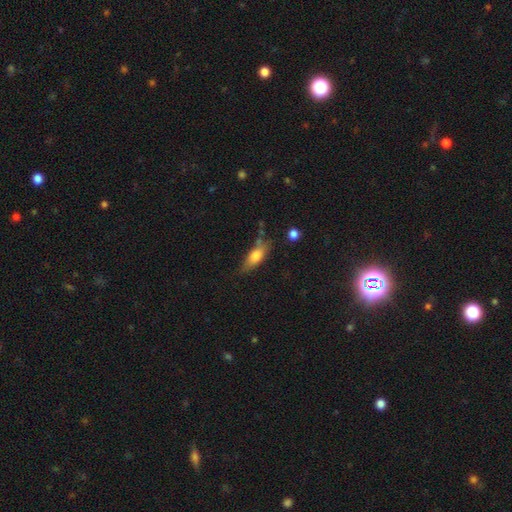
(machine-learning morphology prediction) smooth-or-featured: smooth: 74% | featured or disk: 18% | star or artifact: 7%
  how-rounded: in between: 71% | cigar-shaped: 26% | round: 4%
  merging: none: 57% | minor disturbance: 27% | major disturbance: 9% | merger: 6%